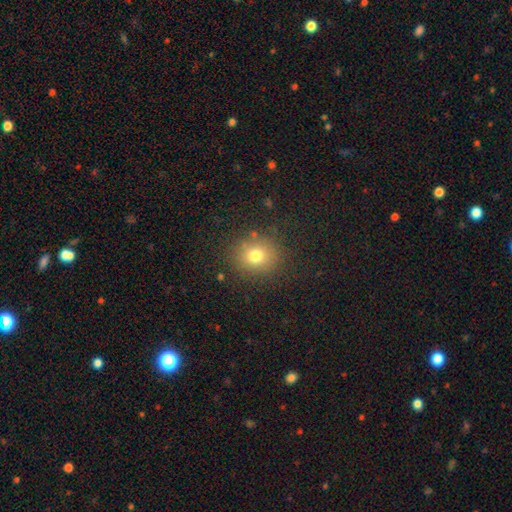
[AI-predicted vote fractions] Smooth or featured: smooth — 75% (star or artifact — 16%)
How rounded: round — 83% (in between — 16%)
Merging: none — 85% (minor disturbance — 9%)